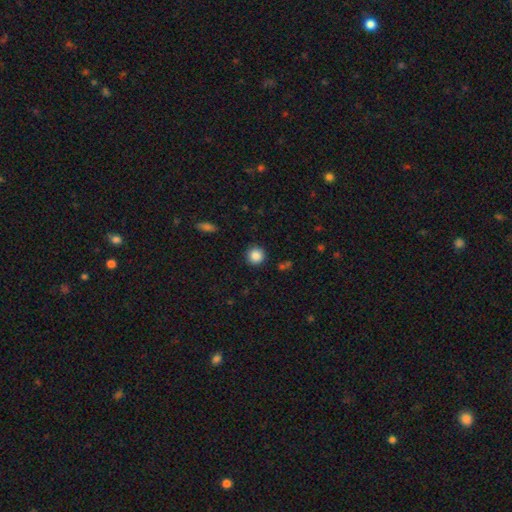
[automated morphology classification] Overall: smooth (87%). How rounded: round (94%). Merging: none (90%).